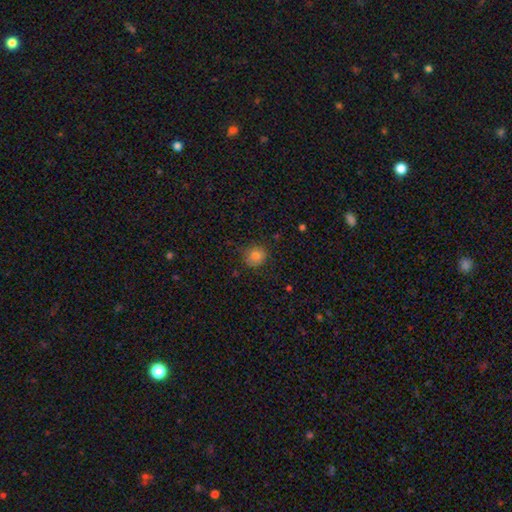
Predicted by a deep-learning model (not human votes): Smooth or featured? smooth (81%)
How rounded? round (82%)
Merging? none (79%)